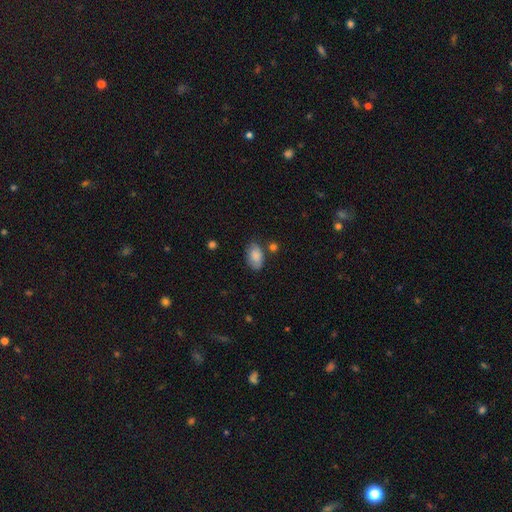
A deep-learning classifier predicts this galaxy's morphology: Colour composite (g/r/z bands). It shows a smooth galaxy with no disk features (84%) that is in between round and cigar-shaped (90%). Merging: none (68%).